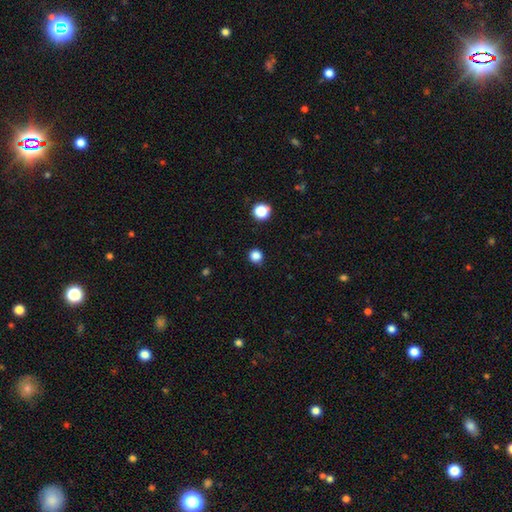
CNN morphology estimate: Smooth or featured? Predicted: smooth (p=0.84). How rounded? Predicted: round (p=0.93). Merging? Predicted: none (p=0.90).